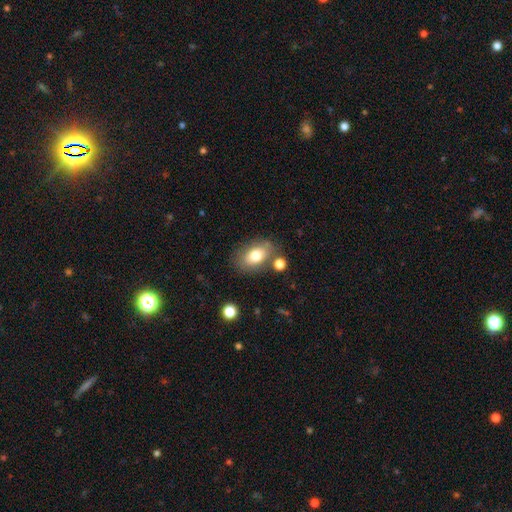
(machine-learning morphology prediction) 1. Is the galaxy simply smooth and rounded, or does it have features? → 75% smooth, 17% featured or disk, 9% star or artifact.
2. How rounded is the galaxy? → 84% in between, 15% round, 1% cigar-shaped.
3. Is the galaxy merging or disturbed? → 70% none, 15% minor disturbance, 9% merger, 5% major disturbance.